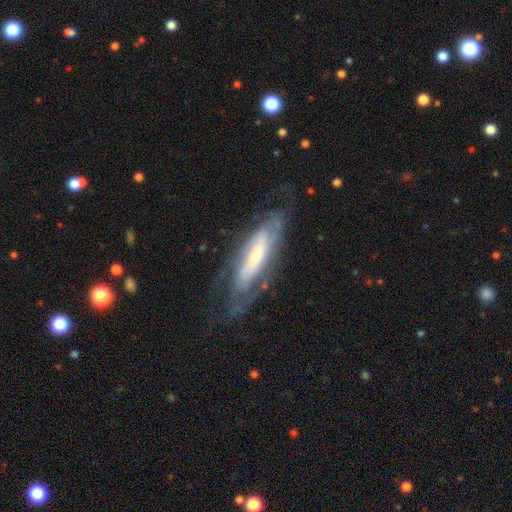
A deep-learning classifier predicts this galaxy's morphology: This appears to be a featured or disk galaxy (72%). Merging: none (62%).